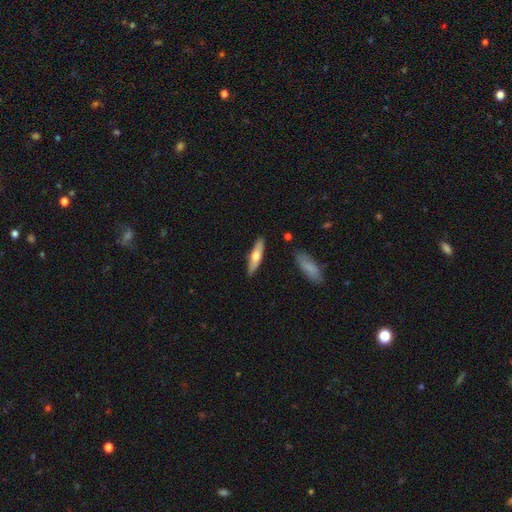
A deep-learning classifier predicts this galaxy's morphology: This appears to be a smooth galaxy with no disk features (56%) that is cigar-shaped (71%). Merging: none (87%).